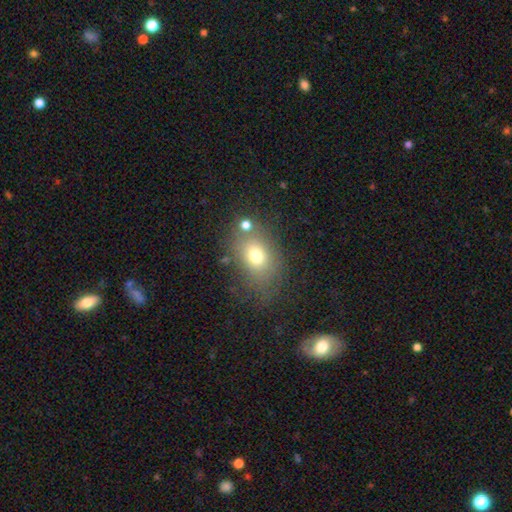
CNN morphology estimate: Smooth or featured? Predicted: smooth (p=0.71). How rounded? Predicted: in between (p=0.69). Merging? Predicted: none (p=0.64).